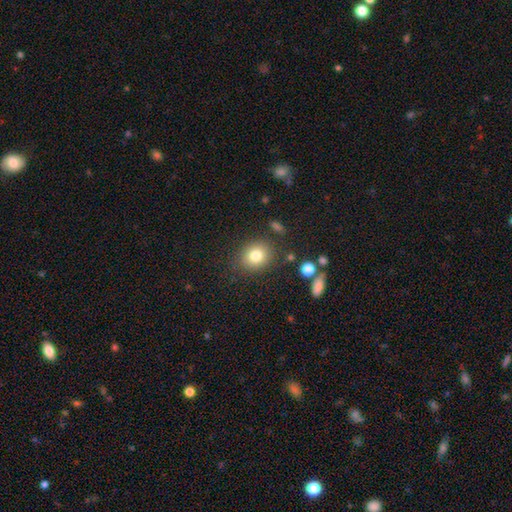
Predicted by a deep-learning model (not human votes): smooth-or-featured: smooth: 80% | star or artifact: 11% | featured or disk: 9%
  how-rounded: round: 63% | in between: 36% | cigar-shaped: 1%
  merging: none: 83% | minor disturbance: 11% | major disturbance: 4% | merger: 3%